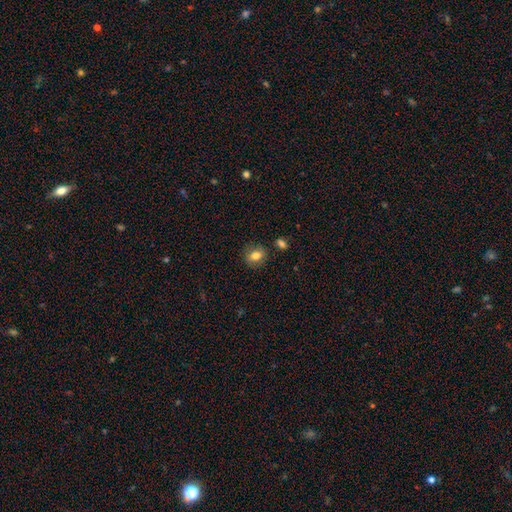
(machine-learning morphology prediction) The model was most divided on "how rounded": round: 56%, in between: 42%, cigar-shaped: 1%. More confident: merging — none (82%); smooth or featured — smooth (80%).